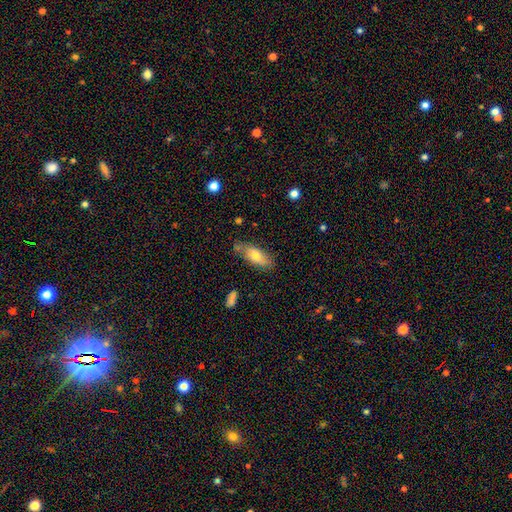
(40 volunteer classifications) Smooth or featured: smooth — 57% (featured or disk — 38%)
How rounded: in between — 57% (cigar-shaped — 43%)
Merging: none — 76% (minor disturbance — 24%)